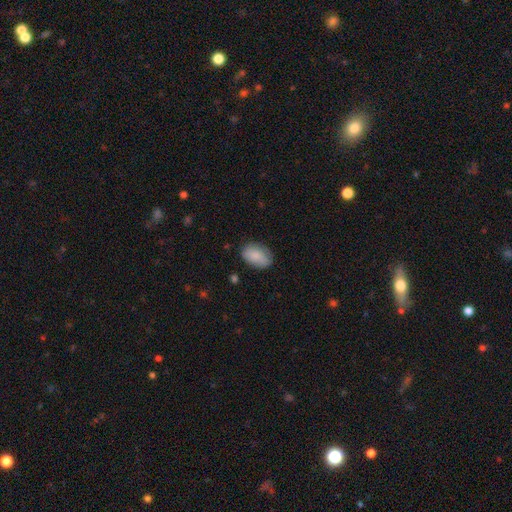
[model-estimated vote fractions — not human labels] A smooth galaxy with no disk features (85%) that is in between round and cigar-shaped (88%). Merging: none (76%).